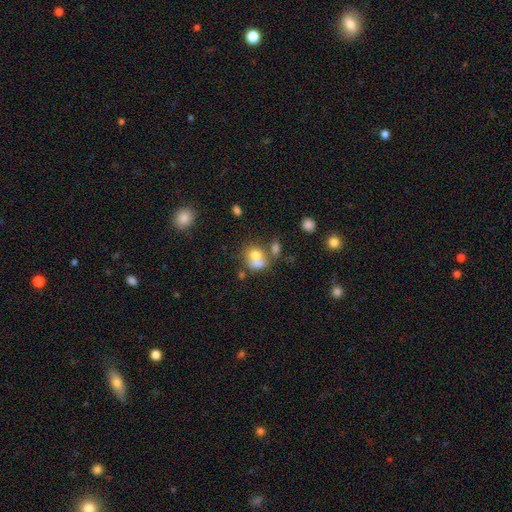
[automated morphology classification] A smooth galaxy with no disk features (69%) that is round (64%).

Vote fractions:
- Smooth or featured? smooth: 69% / featured or disk: 20% / star or artifact: 11%
- How rounded? round: 64% / in between: 35% / cigar-shaped: 1%
- Merging? merger: 53% / none: 30% / minor disturbance: 10% / major disturbance: 7%